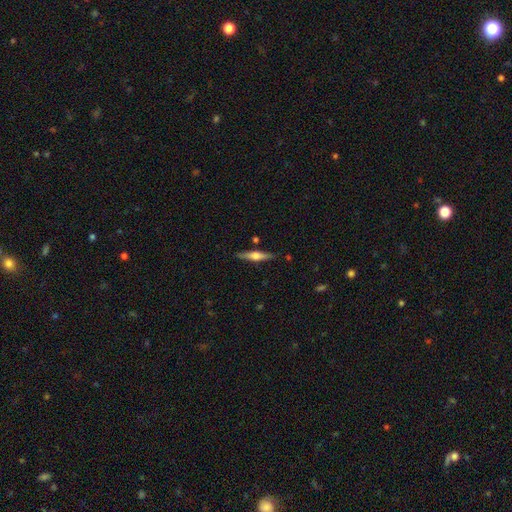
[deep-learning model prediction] A featured or disk galaxy (60%) viewed edge-on (96%) with a rounded central bulge (90%). Merging: none (86%).